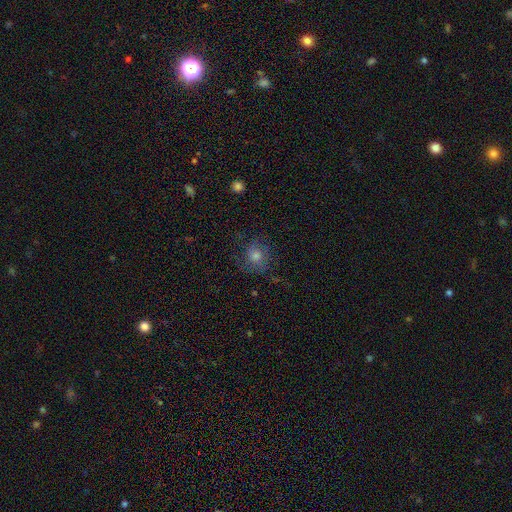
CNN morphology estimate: Smooth or featured? smooth (52%)
How rounded? round (82%)
Merging? none (71%)